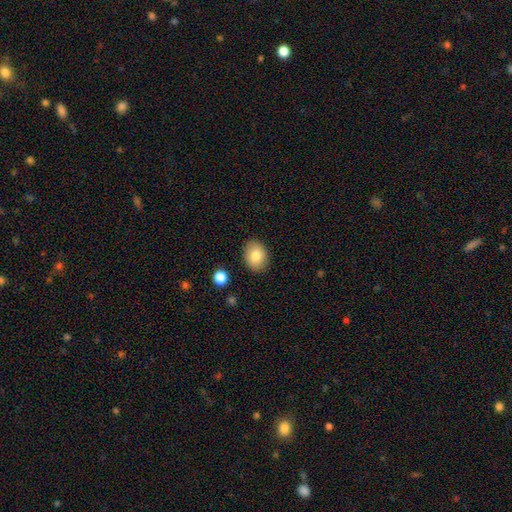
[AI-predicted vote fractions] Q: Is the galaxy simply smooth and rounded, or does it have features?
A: smooth — 82%.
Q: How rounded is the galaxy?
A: in between — 64%.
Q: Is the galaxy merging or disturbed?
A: none — 88%.